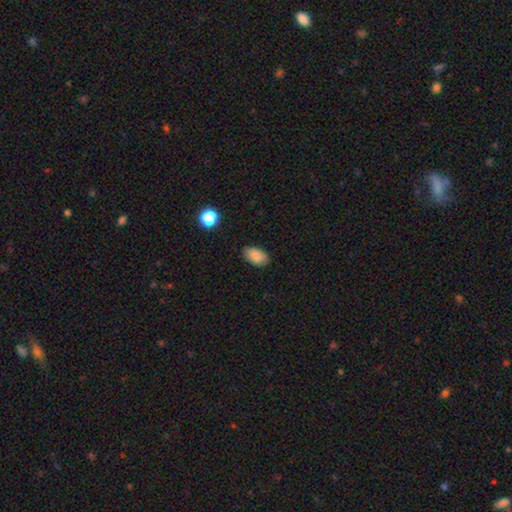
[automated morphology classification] A smooth galaxy with no disk features (85%) that is in between round and cigar-shaped (92%).

Vote fractions:
- Smooth or featured? smooth: 85% / star or artifact: 8% / featured or disk: 6%
- How rounded? in between: 92% / round: 6% / cigar-shaped: 2%
- Merging? none: 84% / minor disturbance: 12% / major disturbance: 3% / merger: 1%